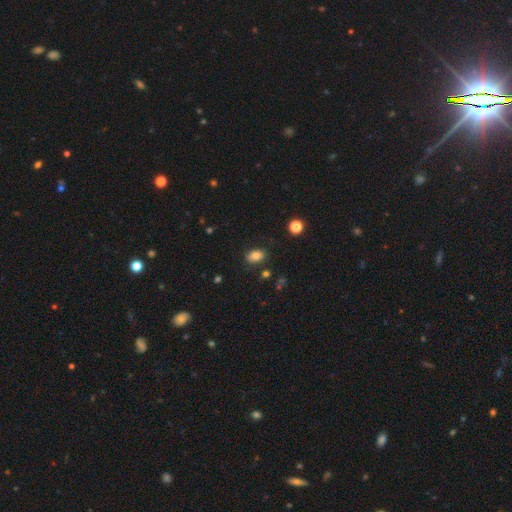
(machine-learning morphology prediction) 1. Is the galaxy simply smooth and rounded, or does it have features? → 81% smooth, 11% star or artifact, 9% featured or disk.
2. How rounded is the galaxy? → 83% in between, 15% round, 2% cigar-shaped.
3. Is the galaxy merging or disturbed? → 81% none, 13% minor disturbance, 4% major disturbance, 2% merger.